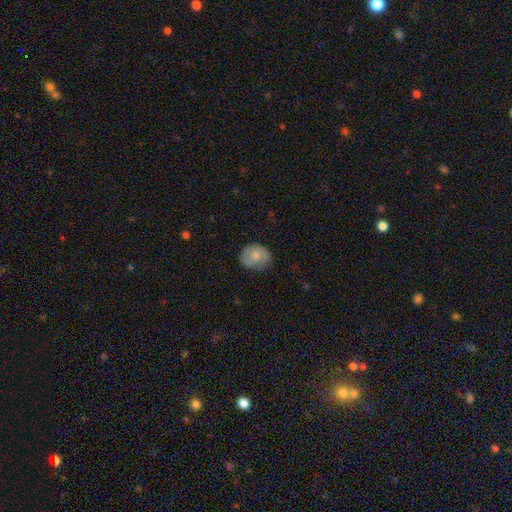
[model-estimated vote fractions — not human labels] This appears to be a smooth galaxy with no disk features (74%) that is round (65%). Merging: none (73%).